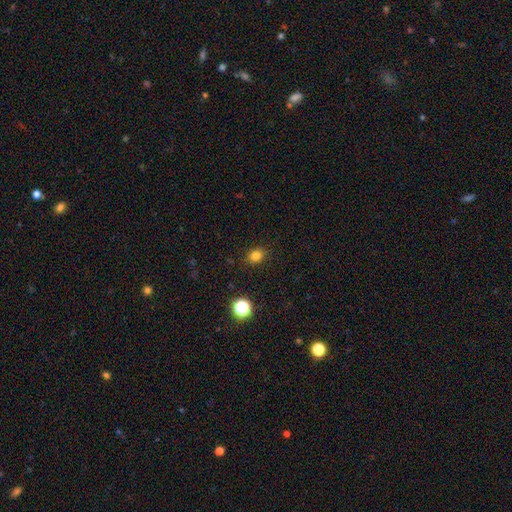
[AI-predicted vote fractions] This appears to be a smooth galaxy with no disk features (80%) that is round (57%). Merging: none (87%).